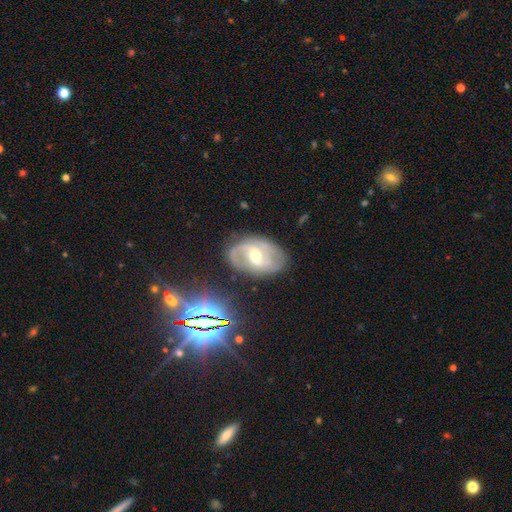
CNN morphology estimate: Smooth or featured? Predicted: featured or disk (p=0.82). Edge-on disk? Predicted: no (p=0.96). Bar? Predicted: weak (p=0.52). Spiral arms? Predicted: yes (p=0.93). Spiral winding? Predicted: medium (p=0.47). Spiral arm count? Predicted: 2 (p=0.69). Bulge size? Predicted: moderate (p=0.55). Merging? Predicted: none (p=0.72).